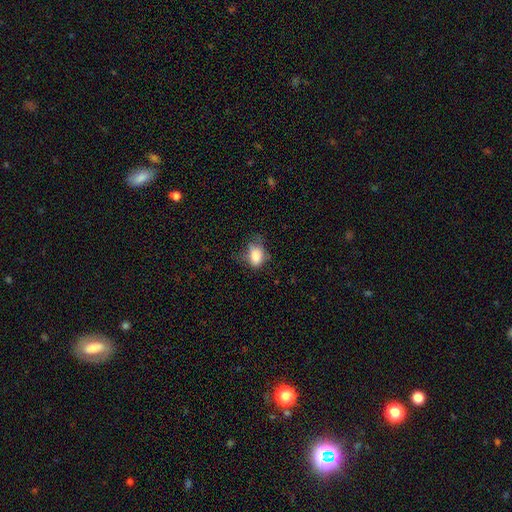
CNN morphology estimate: Overall: smooth (81%). How rounded: in between (77%). Merging: none (41%; minor disturbance 35%).